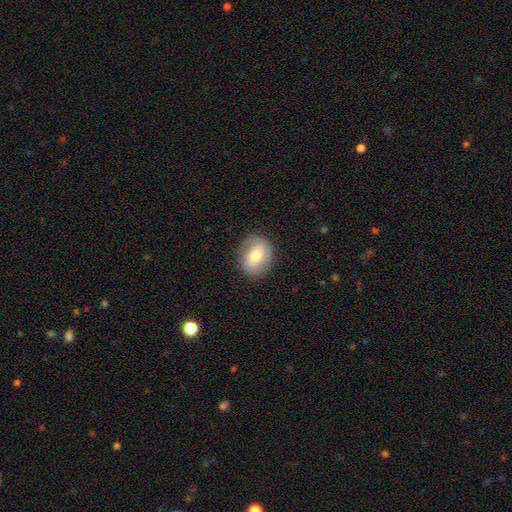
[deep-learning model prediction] Smooth or featured?
  - smooth: 59% *
  - featured or disk: 33%
  - star or artifact: 8%
How rounded?
  - round: 56% *
  - in between: 43%
  - cigar-shaped: 1%
Merging?
  - none: 80% *
  - minor disturbance: 14%
  - major disturbance: 5%
  - merger: 1%